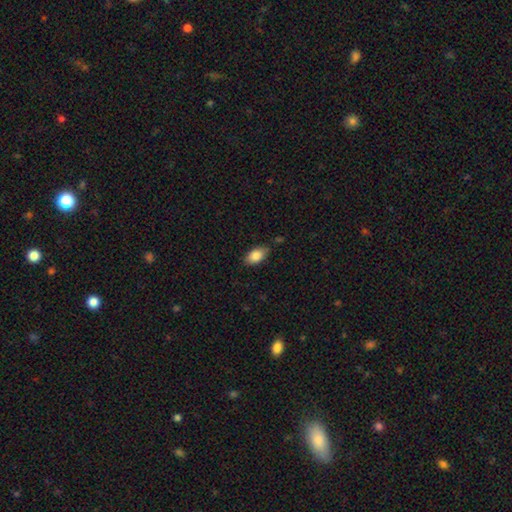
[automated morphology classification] Smooth or featured? smooth (86%)
How rounded? in between (92%)
Merging? none (78%)